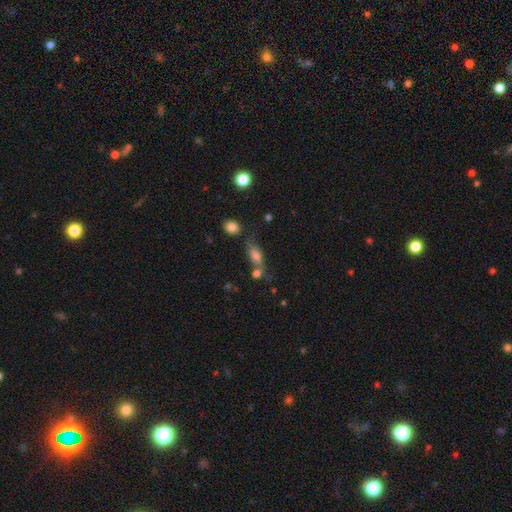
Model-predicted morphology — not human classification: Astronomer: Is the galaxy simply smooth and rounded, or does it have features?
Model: smooth — 71%.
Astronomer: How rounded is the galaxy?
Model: in between — 73%.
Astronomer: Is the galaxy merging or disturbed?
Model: none — 49%.